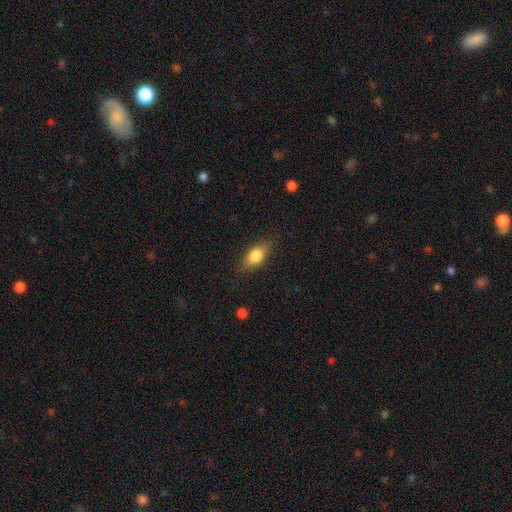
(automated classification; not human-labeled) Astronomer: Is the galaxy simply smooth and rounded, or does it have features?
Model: smooth — 80%.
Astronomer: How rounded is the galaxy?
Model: in between — 81%.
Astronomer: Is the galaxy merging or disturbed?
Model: none — 81%.